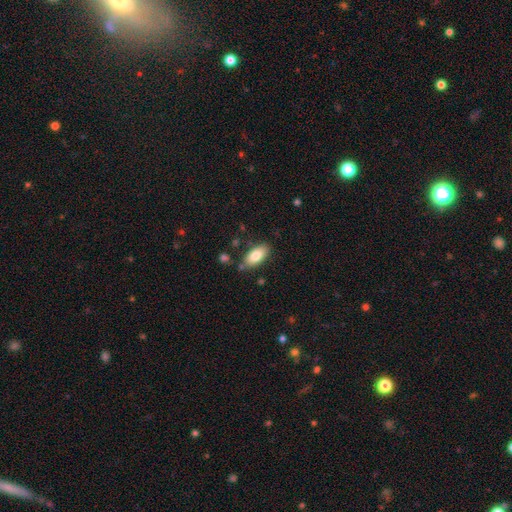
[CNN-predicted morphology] This is clearly a smooth galaxy (82%). How rounded: clearly in between (90%). Merging: likely none (80%).